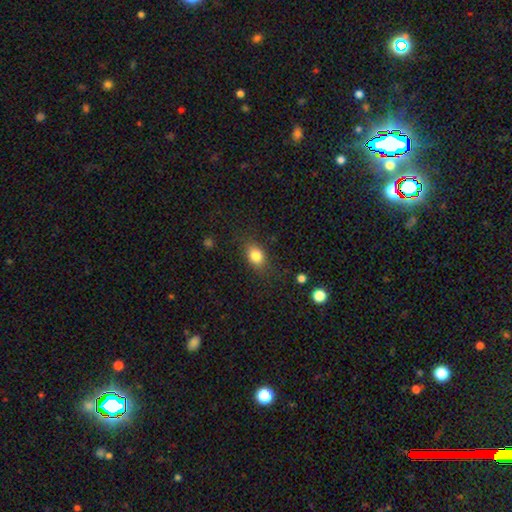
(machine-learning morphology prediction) Smooth or featured? smooth (82%)
How rounded? in between (69%)
Merging? none (80%)